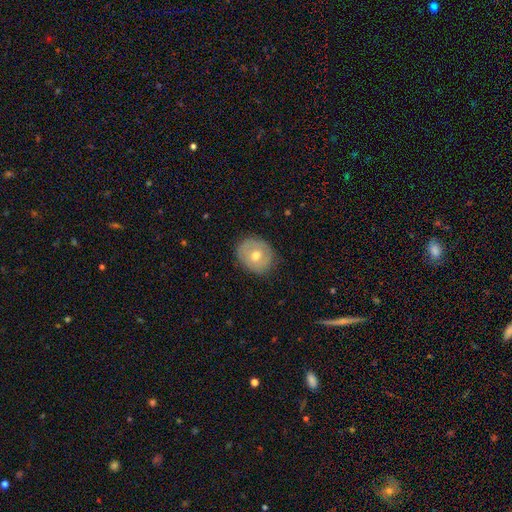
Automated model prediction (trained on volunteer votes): Morphology: type=smooth (53%); roundness=round (72%); merging=none (83%).